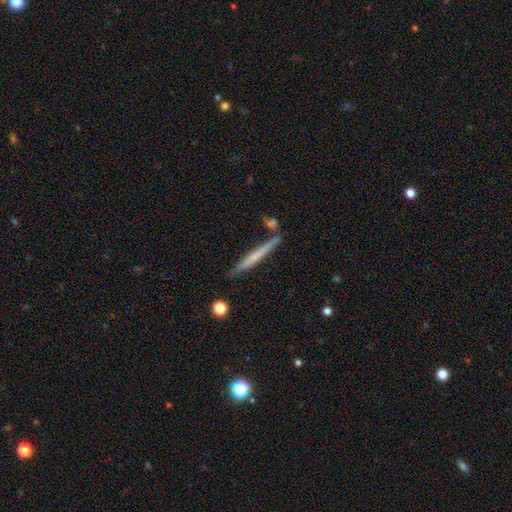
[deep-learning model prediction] Smooth or featured: smooth — 52% (featured or disk — 42%)
How rounded: cigar-shaped — 96% (in between — 3%)
Merging: none — 81% (minor disturbance — 11%)